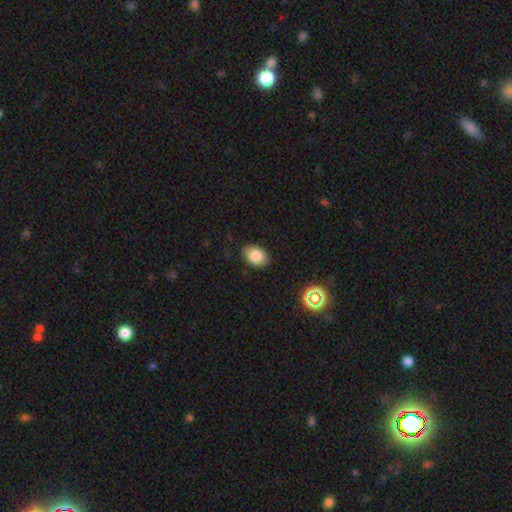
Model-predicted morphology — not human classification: This appears to be a smooth galaxy with no disk features (85%) that is in between round and cigar-shaped (78%). Merging: none (85%).